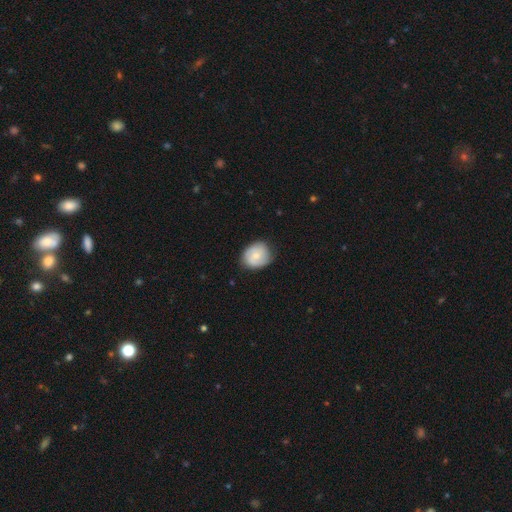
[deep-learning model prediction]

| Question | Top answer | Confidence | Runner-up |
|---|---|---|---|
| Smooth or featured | smooth | 53% | featured or disk (40%) |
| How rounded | round | 67% | in between (33%) |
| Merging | none | 78% | minor disturbance (17%) |